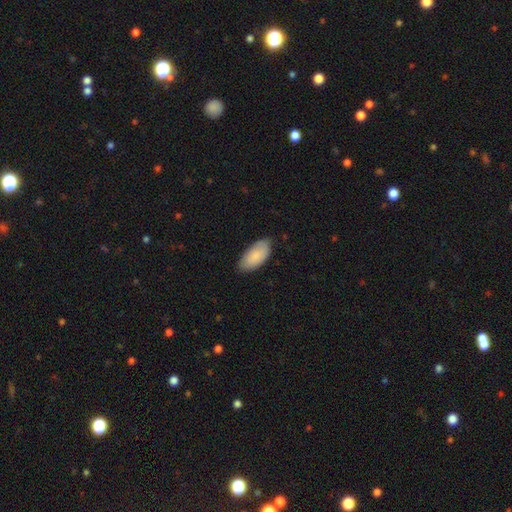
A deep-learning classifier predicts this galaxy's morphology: Smooth or featured: smooth — 86% (featured or disk — 9%)
How rounded: in between — 94% (cigar-shaped — 5%)
Merging: none — 78% (minor disturbance — 19%)